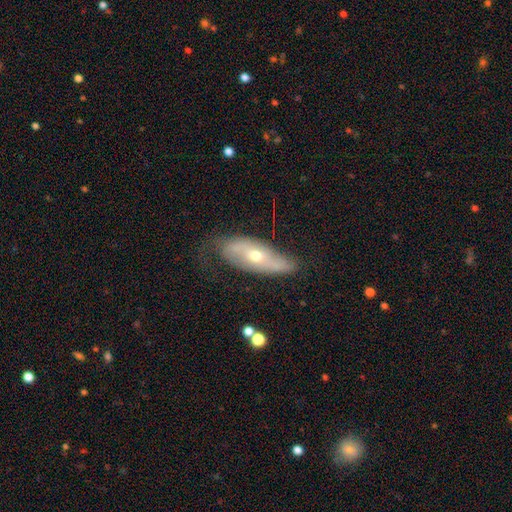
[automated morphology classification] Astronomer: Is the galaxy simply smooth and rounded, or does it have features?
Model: featured or disk — 62%.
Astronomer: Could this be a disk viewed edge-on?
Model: no — 78%.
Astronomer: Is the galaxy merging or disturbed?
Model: none — 54% (runner-up: minor disturbance, 30%).